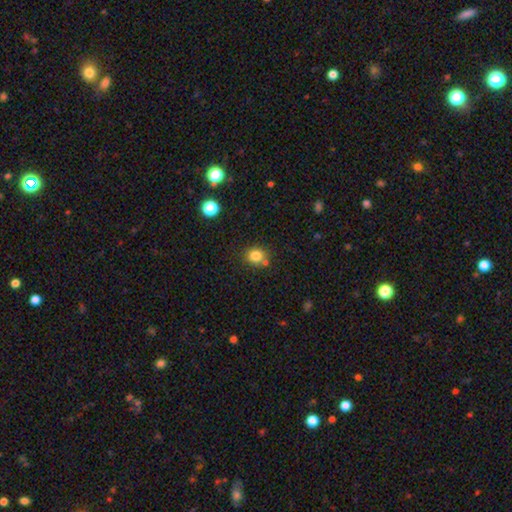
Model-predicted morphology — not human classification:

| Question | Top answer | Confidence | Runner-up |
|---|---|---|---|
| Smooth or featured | smooth | 81% | star or artifact (12%) |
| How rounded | round | 78% | in between (21%) |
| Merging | none | 74% | merger (12%) |